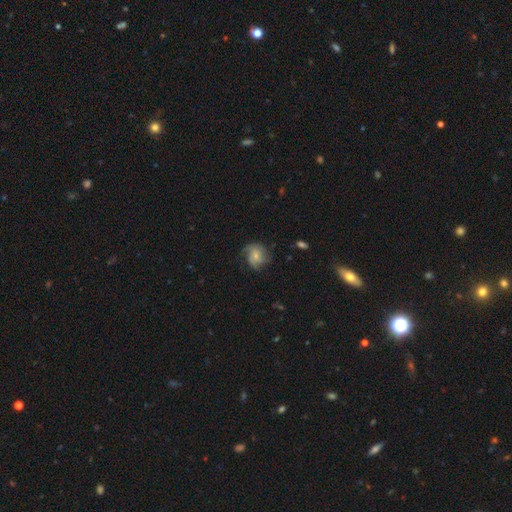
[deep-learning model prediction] smooth-or-featured: featured or disk: 56% | smooth: 36% | star or artifact: 8%
  disk-edge-on: no: 97% | yes: 3%
    bar: no: 71% | weak: 25% | strong: 4%
    has-spiral-arms: yes: 89% | no: 11%
    bulge-size: small: 59% | moderate: 32% | none: 5% | large: 2% | dominant: 1%
  merging: none: 62% | minor disturbance: 25% | major disturbance: 12% | merger: 1%